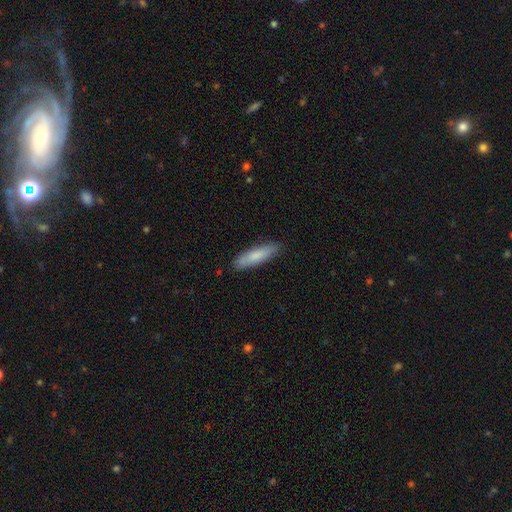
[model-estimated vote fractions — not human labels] Morphology: type=smooth (80%); roundness=cigar-shaped (74%); merging=none (87%).